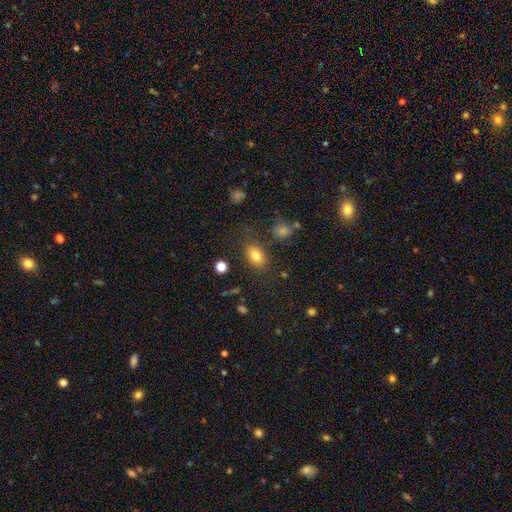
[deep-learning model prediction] A smooth galaxy with no disk features (80%) that is in between round and cigar-shaped (81%).

Vote fractions:
- Smooth or featured? smooth: 80% / star or artifact: 11% / featured or disk: 10%
- How rounded? in between: 81% / round: 18% / cigar-shaped: 1%
- Merging? none: 78% / minor disturbance: 13% / major disturbance: 5% / merger: 5%